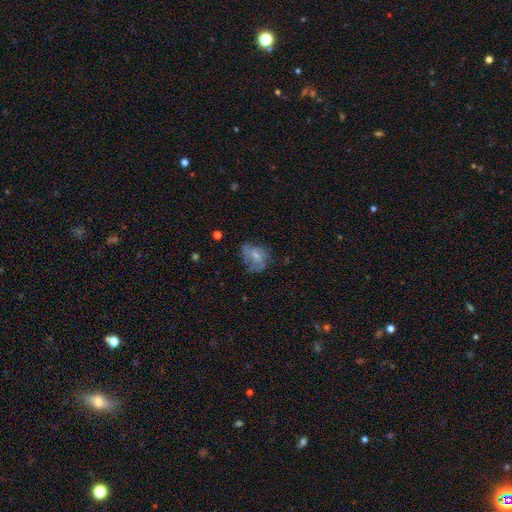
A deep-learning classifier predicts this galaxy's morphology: Q: Smooth or featured?
A: smooth (56%); runner-up: featured or disk (33%)
Q: How rounded?
A: in between (59%); runner-up: round (39%)
Q: Merging?
A: none (43%); runner-up: minor disturbance (31%)